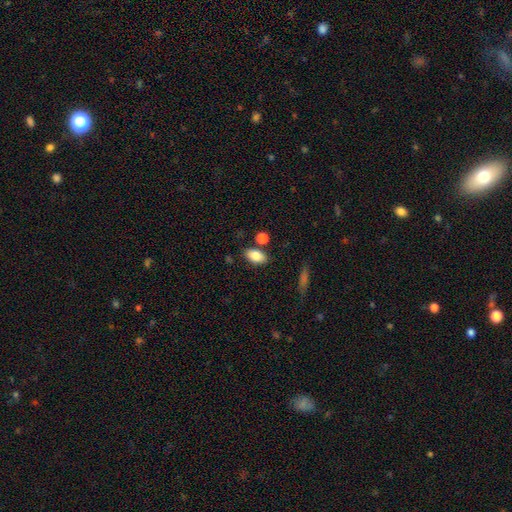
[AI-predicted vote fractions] A smooth galaxy with no disk features (83%) that is in between round and cigar-shaped (89%).

Vote fractions:
- Smooth or featured? smooth: 83% / featured or disk: 9% / star or artifact: 8%
- How rounded? in between: 89% / round: 7% / cigar-shaped: 3%
- Merging? none: 77% / minor disturbance: 11% / merger: 9% / major disturbance: 3%